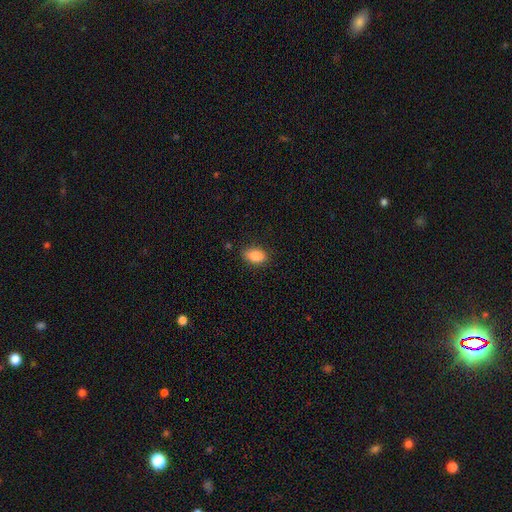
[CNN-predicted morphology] Smooth or featured? smooth (86%)
How rounded? in between (89%)
Merging? none (83%)